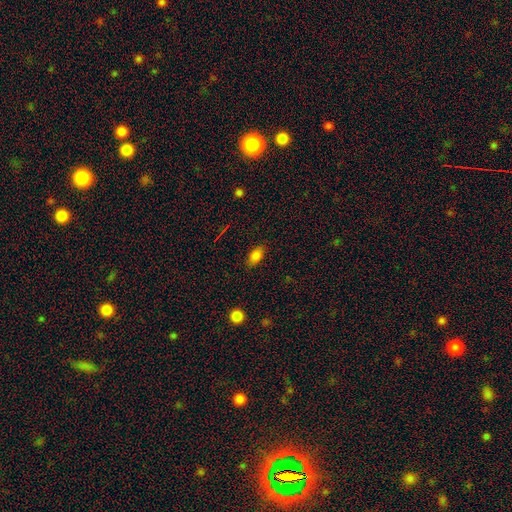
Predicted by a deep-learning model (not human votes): A smooth galaxy with no disk features (82%) that is in between round and cigar-shaped (90%).

Vote fractions:
- Smooth or featured? smooth: 82% / star or artifact: 12% / featured or disk: 7%
- How rounded? in between: 90% / round: 6% / cigar-shaped: 4%
- Merging? none: 84% / minor disturbance: 12% / major disturbance: 3% / merger: 1%